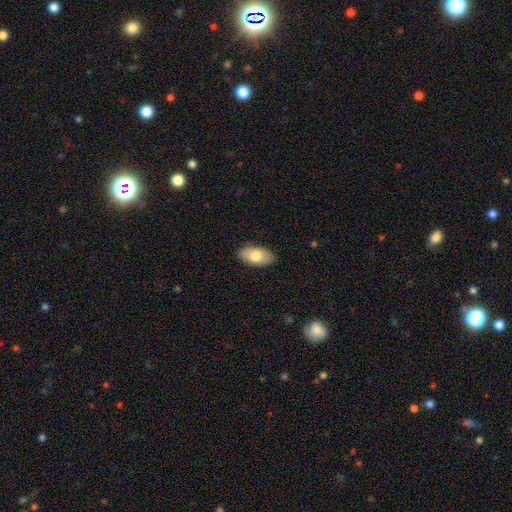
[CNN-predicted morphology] Smooth or featured: smooth — 76% (featured or disk — 18%)
How rounded: in between — 94% (round — 3%)
Merging: none — 87% (minor disturbance — 10%)